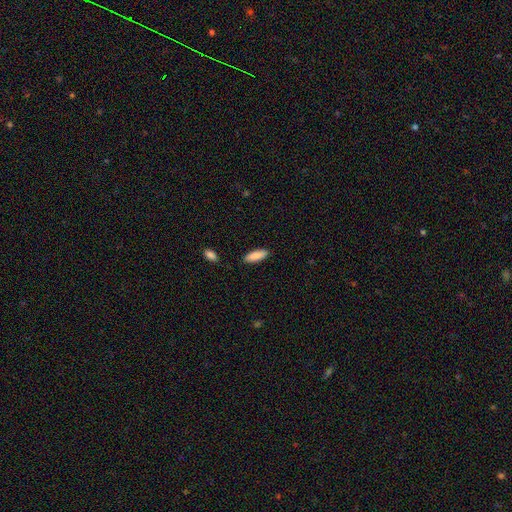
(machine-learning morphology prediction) This appears to be a smooth galaxy with no disk features (88%) that is in between round and cigar-shaped (60%). Merging: none (87%).